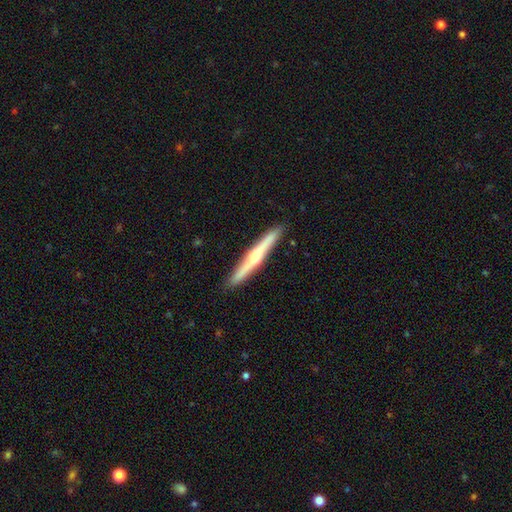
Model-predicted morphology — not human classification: The model was most divided on "smooth or featured": featured or disk: 55%, smooth: 40%, star or artifact: 5%. More confident: edge-on disk — yes (97%); merging — none (91%); edge-on bulge — rounded (57%).